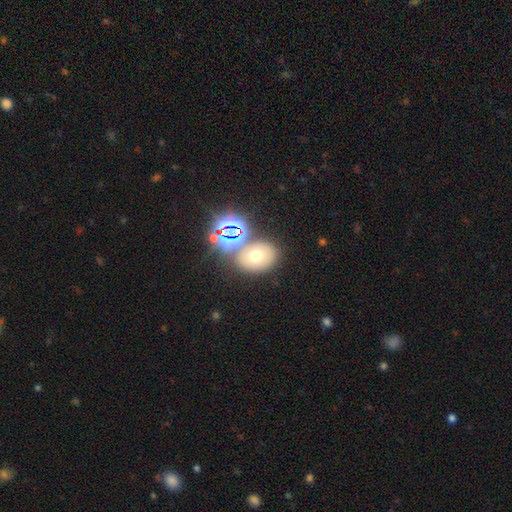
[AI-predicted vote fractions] Morphology: type=smooth (55%); roundness=in between (57%); merging=none (66%).